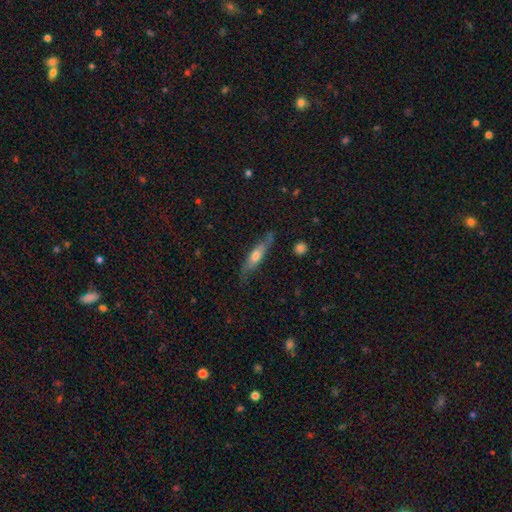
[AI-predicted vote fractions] This is possibly a smooth galaxy (47%). Merging: likely none (70%).